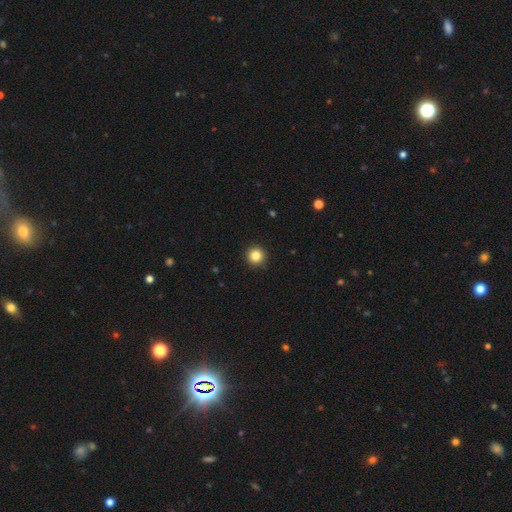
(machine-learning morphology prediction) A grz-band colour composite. It shows a smooth galaxy with no disk features (84%) that is round (96%). Merging: none (92%).